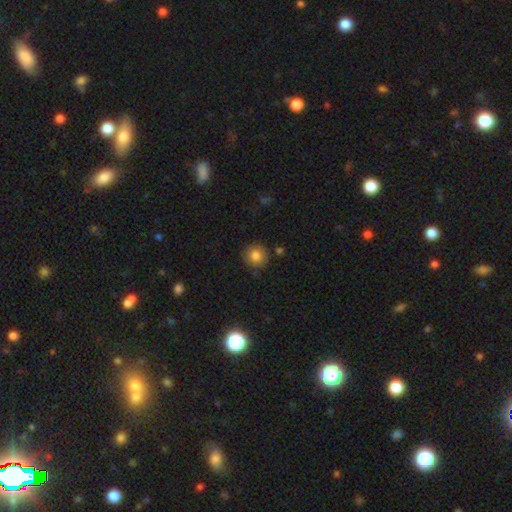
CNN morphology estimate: This is clearly a smooth galaxy (82%). How rounded: clearly round (92%). Merging: clearly none (86%).